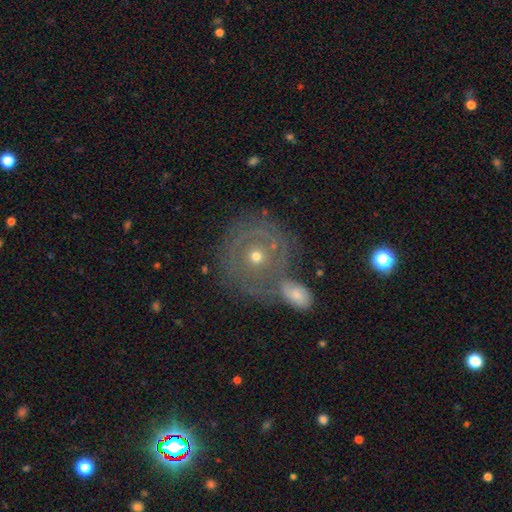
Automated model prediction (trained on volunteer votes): This is possibly a featured or disk galaxy (49%). Merging: likely none (66%).